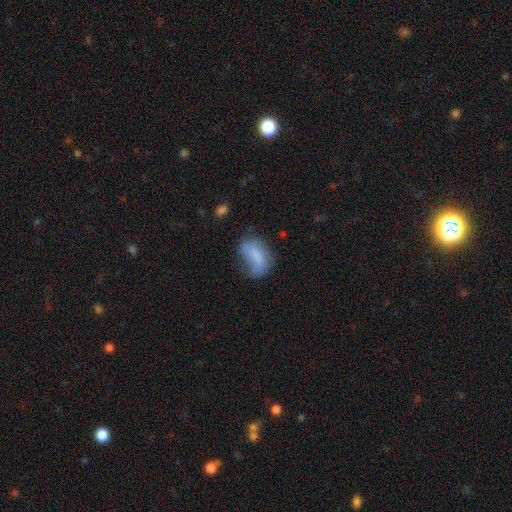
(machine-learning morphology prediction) This is likely a smooth galaxy (70%). How rounded: clearly in between (87%). Merging: marginally none (36%).